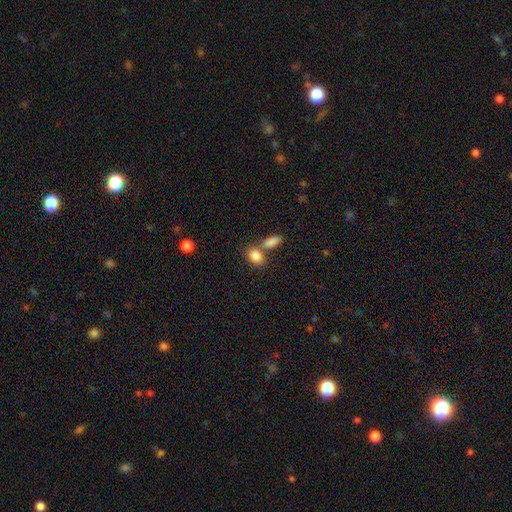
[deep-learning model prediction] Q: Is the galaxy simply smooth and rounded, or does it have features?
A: smooth — 85%.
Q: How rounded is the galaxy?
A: in between — 79%.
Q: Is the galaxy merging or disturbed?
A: none — 48%.